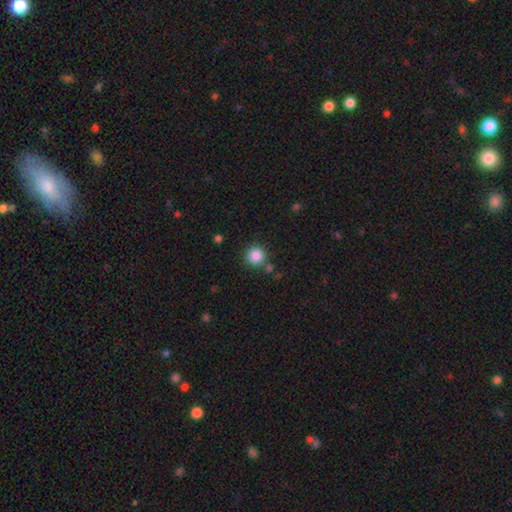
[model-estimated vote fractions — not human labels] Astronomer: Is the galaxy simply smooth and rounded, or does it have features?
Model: smooth — 86%.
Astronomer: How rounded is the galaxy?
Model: round — 94%.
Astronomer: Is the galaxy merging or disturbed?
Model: none — 83%.